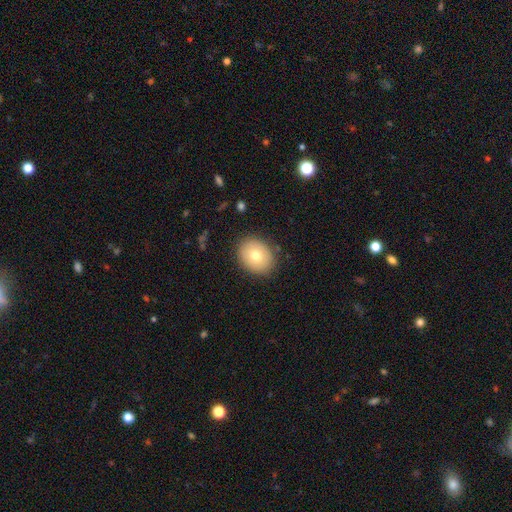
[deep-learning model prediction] Q: Smooth or featured?
A: smooth (74%); runner-up: featured or disk (18%)
Q: How rounded?
A: round (55%); runner-up: in between (44%)
Q: Merging?
A: none (86%); runner-up: minor disturbance (10%)